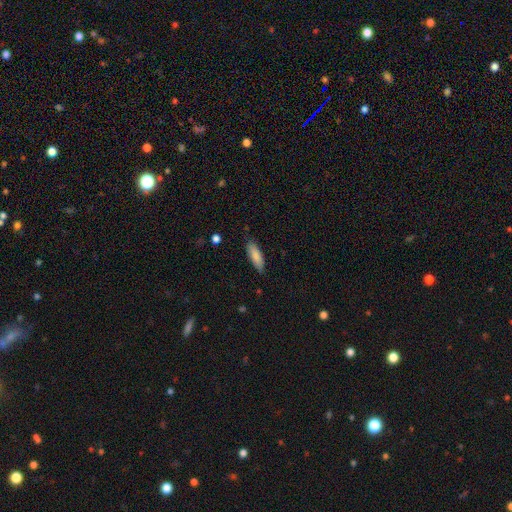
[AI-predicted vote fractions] The model was most divided on "how rounded": in between: 53%, cigar-shaped: 46%, round: 1%. More confident: smooth or featured — smooth (87%); merging — none (85%).